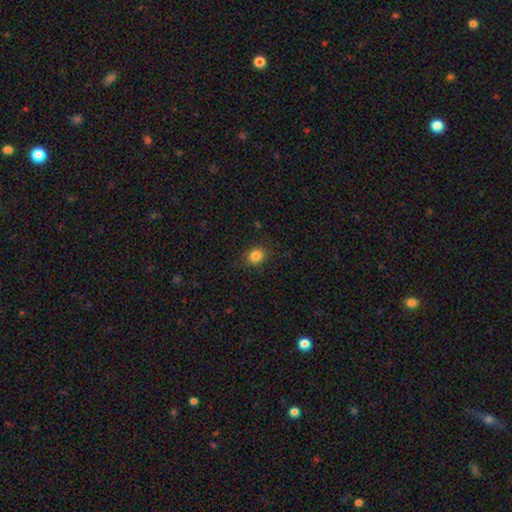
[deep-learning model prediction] smooth_or_featured: smooth (p=0.84) [alt: star or artifact p=0.11]
how_rounded: round (p=0.68) [alt: in between p=0.31]
merging: none (p=0.87) [alt: minor disturbance p=0.09]